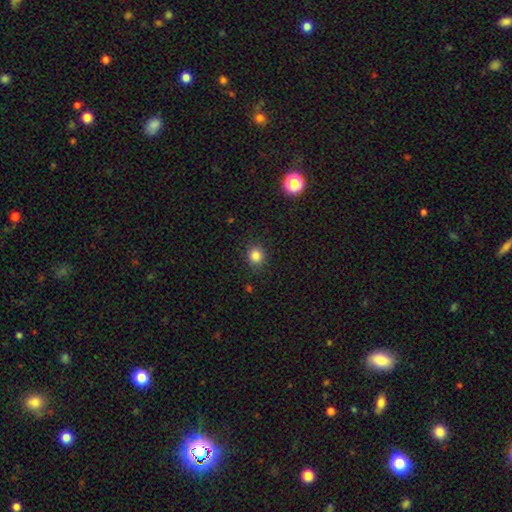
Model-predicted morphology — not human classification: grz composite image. It shows a smooth galaxy with no disk features (84%) that is round (85%). Merging: none (89%).